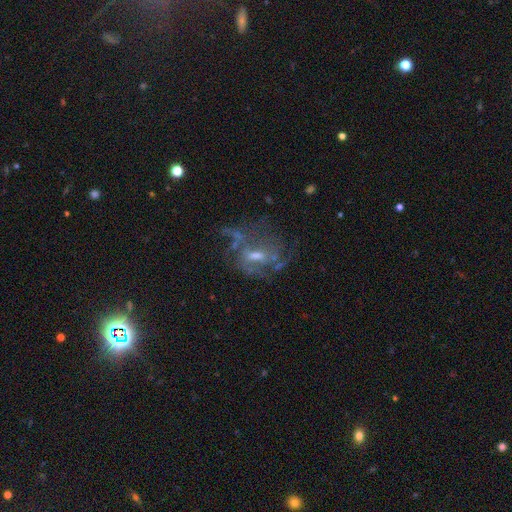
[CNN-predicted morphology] A featured or disk galaxy (72%) with a weak bar (47%), spiral arms (63%) and a moderate central bulge (47%). Merging: none (45%).